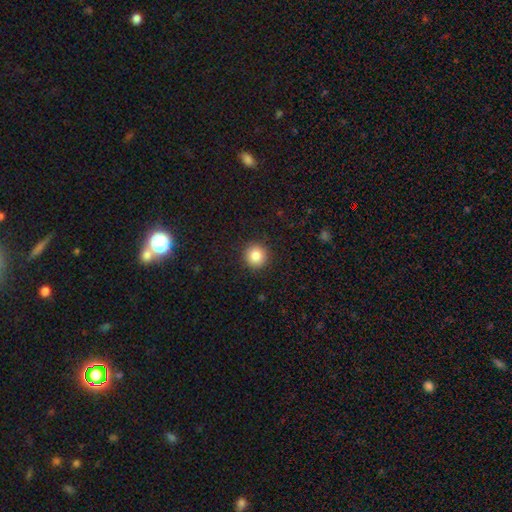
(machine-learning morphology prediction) This appears to be a smooth galaxy with no disk features (85%) that is round (95%). Merging: none (92%).